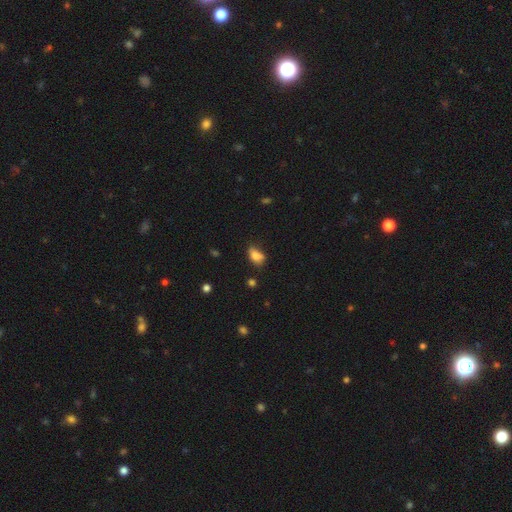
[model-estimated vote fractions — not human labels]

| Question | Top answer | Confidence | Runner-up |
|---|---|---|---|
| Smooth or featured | smooth | 79% | featured or disk (12%) |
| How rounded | in between | 84% | round (12%) |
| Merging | none | 50% | minor disturbance (34%) |